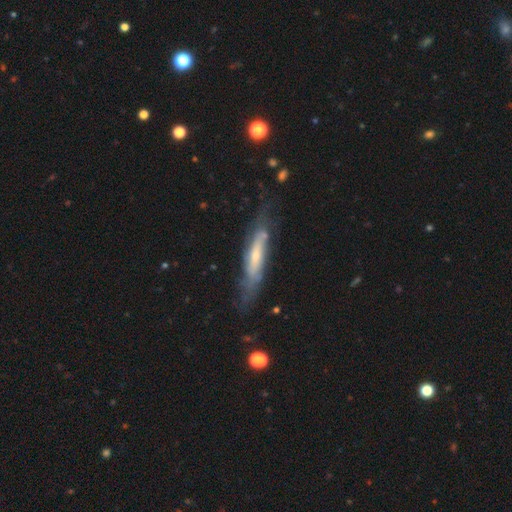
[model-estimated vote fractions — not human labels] smooth-or-featured: featured or disk: 63% | smooth: 31% | star or artifact: 6%
  disk-edge-on: yes: 52% | no: 48%
  merging: none: 61% | minor disturbance: 24% | major disturbance: 12% | merger: 3%